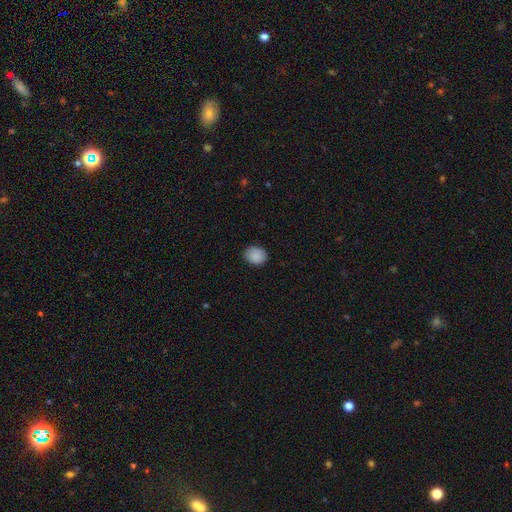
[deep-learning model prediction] Smooth or featured?
  - smooth: 89% *
  - star or artifact: 8%
  - featured or disk: 3%
How rounded?
  - round: 54% *
  - in between: 45%
  - cigar-shaped: 1%
Merging?
  - none: 86% *
  - minor disturbance: 10%
  - major disturbance: 2%
  - merger: 1%